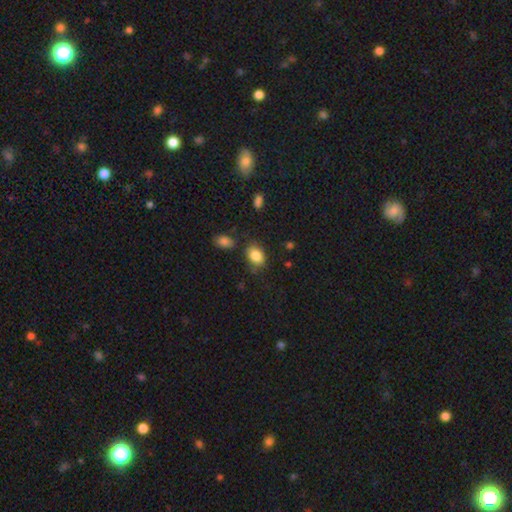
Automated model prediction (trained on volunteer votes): smooth 85%, star or artifact 8%, featured or disk 7%. Down the decision tree: how rounded — in between (79%); merging — none (73%).